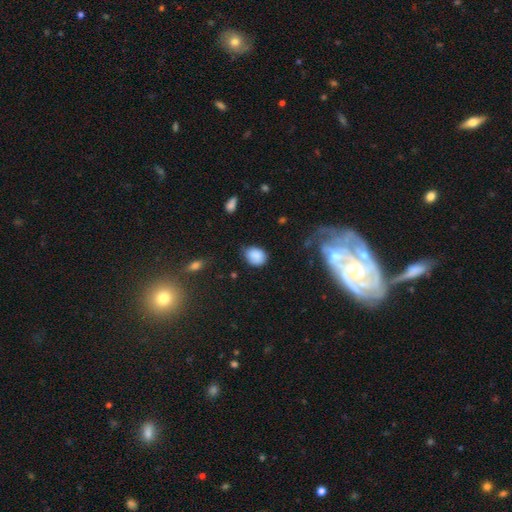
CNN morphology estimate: This appears to be a smooth galaxy with no disk features (85%) that is in between round and cigar-shaped (63%). Merging: none (62%).